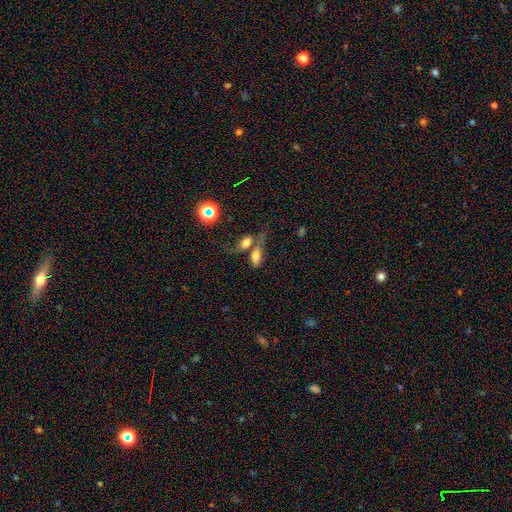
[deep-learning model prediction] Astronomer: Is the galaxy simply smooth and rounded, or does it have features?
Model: smooth — 71%.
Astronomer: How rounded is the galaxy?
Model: in between — 81%.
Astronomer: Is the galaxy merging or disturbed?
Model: merger — 45% (runner-up: none, 35%).